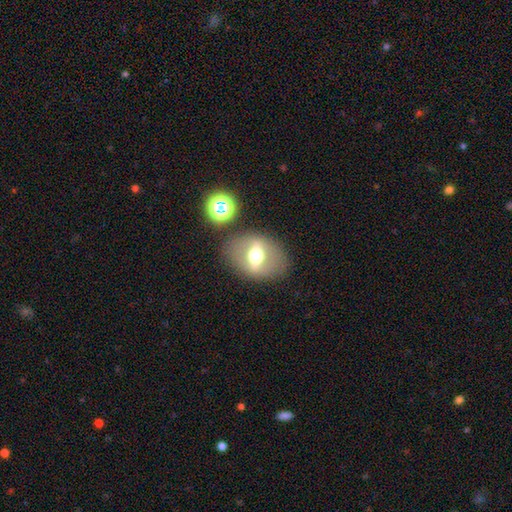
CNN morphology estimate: Q: Smooth or featured?
A: featured or disk (56%); runner-up: smooth (35%)
Q: Edge-on disk?
A: no (78%); runner-up: yes (22%)
Q: Merging?
A: none (80%); runner-up: minor disturbance (11%)